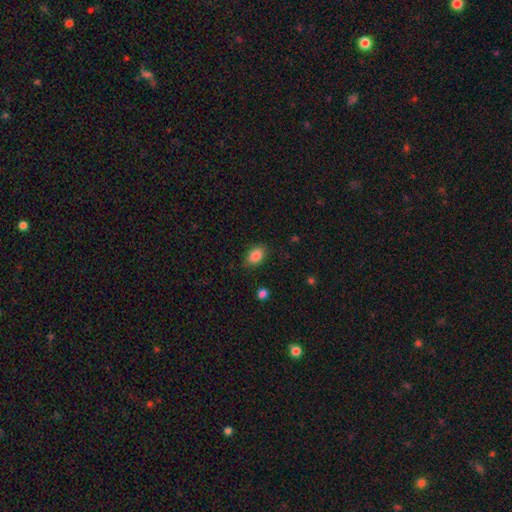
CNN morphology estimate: Overall: smooth (86%). How rounded: in between (84%). Merging: none (82%).